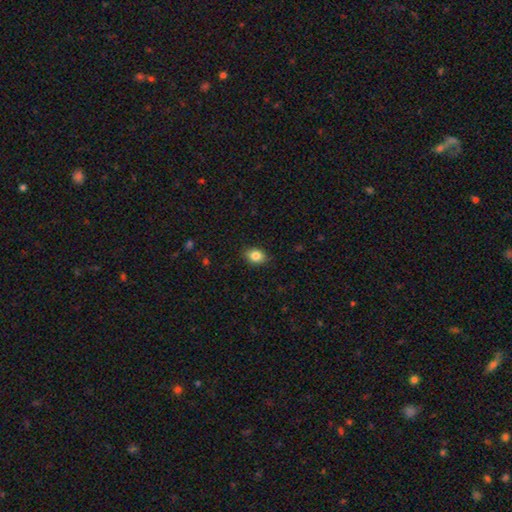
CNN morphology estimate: smooth_or_featured: smooth (p=0.85) [alt: star or artifact p=0.09]
how_rounded: in between (p=0.72) [alt: round p=0.27]
merging: none (p=0.86) [alt: minor disturbance p=0.11]